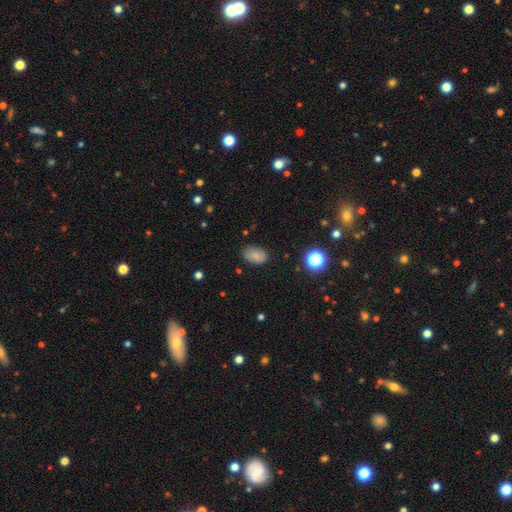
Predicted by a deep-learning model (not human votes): smooth 81%, star or artifact 11%, featured or disk 8%. Down the decision tree: how rounded — in between (88%); merging — none (81%).